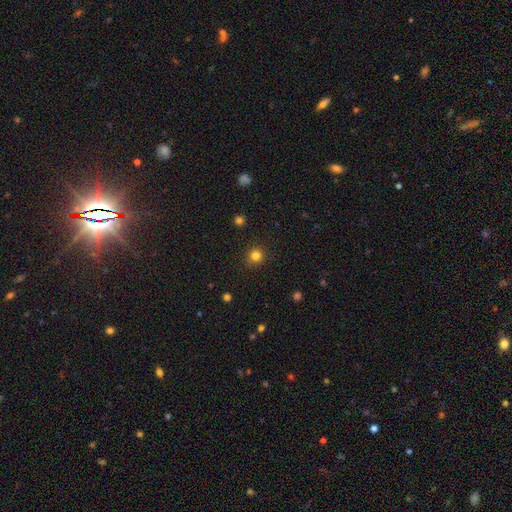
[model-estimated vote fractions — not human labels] The model was most divided on "smooth or featured": smooth: 82%, star or artifact: 14%, featured or disk: 4%. More confident: how rounded — round (93%); merging — none (89%).